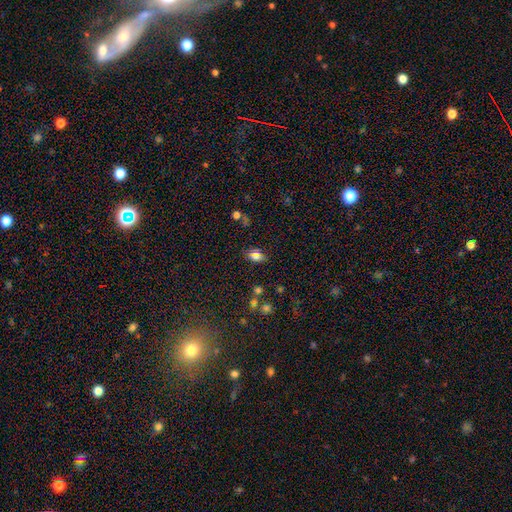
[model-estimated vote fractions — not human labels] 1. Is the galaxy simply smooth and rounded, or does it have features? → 77% smooth, 12% star or artifact, 11% featured or disk.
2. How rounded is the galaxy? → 74% in between, 23% round, 3% cigar-shaped.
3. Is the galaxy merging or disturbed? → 66% none, 22% minor disturbance, 6% merger, 6% major disturbance.